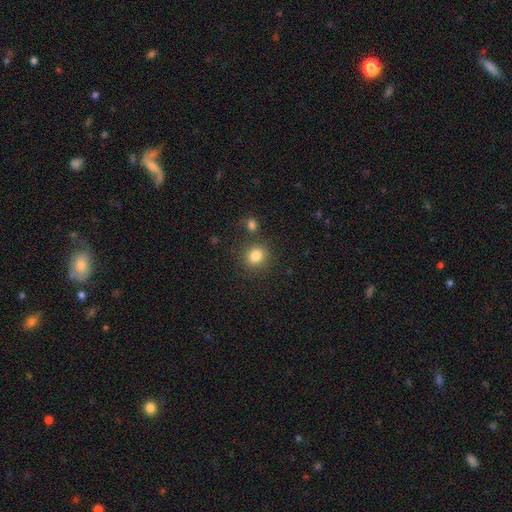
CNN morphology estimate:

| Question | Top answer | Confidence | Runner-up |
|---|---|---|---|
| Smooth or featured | smooth | 83% | star or artifact (11%) |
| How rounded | round | 78% | in between (21%) |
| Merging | none | 79% | minor disturbance (9%) |